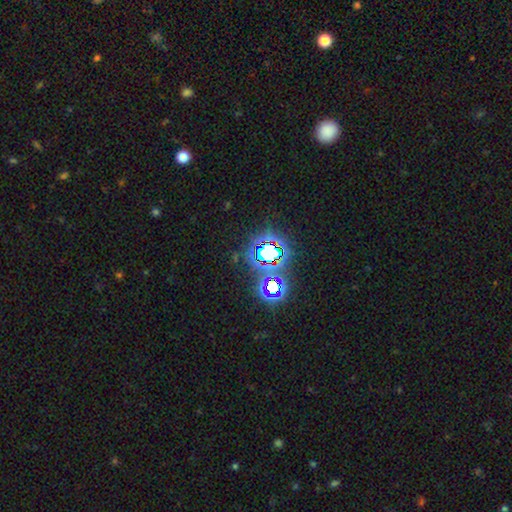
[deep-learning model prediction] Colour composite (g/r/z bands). It shows a star or artifact, not a galaxy (78%).